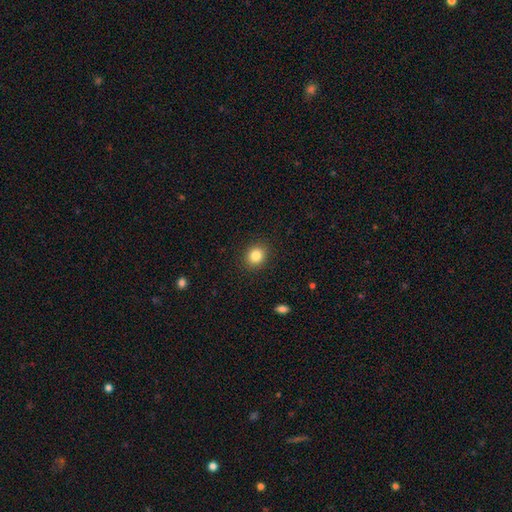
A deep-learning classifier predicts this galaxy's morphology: smooth 84%, star or artifact 11%, featured or disk 6%. Down the decision tree: how rounded — round (71%); merging — none (90%).